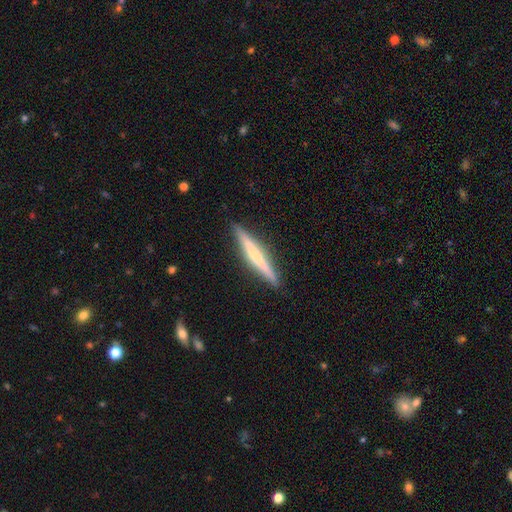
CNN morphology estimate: smooth_or_featured: featured or disk (p=0.52) [alt: smooth p=0.42]
disk_edge_on: yes (p=0.97) [alt: no p=0.03]
edge_on_bulge: none (p=0.62) [alt: rounded p=0.27]
merging: none (p=0.91) [alt: minor disturbance p=0.06]